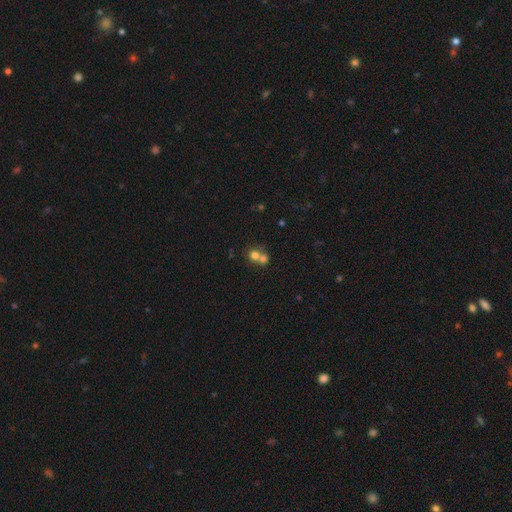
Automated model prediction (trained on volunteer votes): This is likely a smooth galaxy (71%). How rounded: likely round (79%). Merging: likely merger (60%).